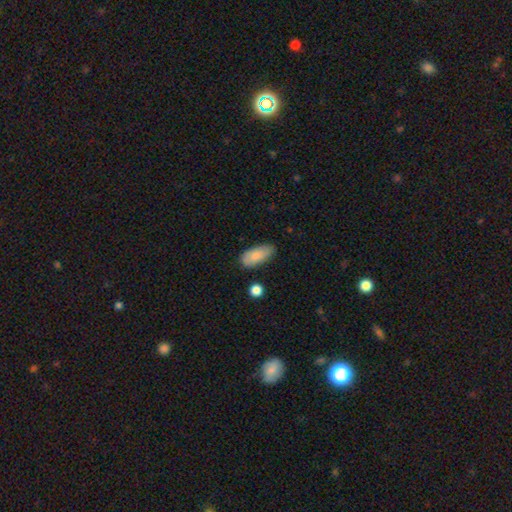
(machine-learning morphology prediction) type=smooth (80%); roundness=in between (89%); merging=none (70%).